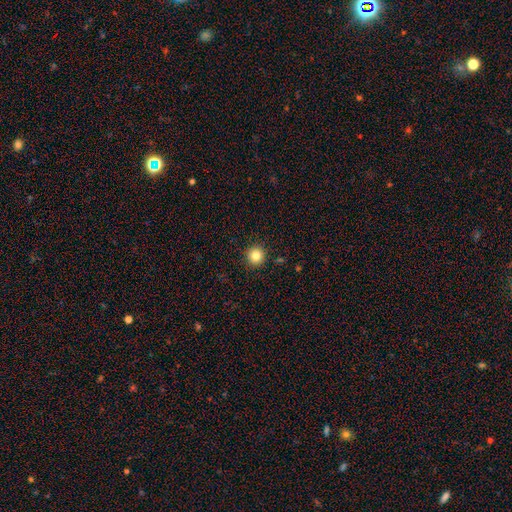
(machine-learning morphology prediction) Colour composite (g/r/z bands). It shows a smooth galaxy with no disk features (84%) that is round (95%). Merging: none (93%).